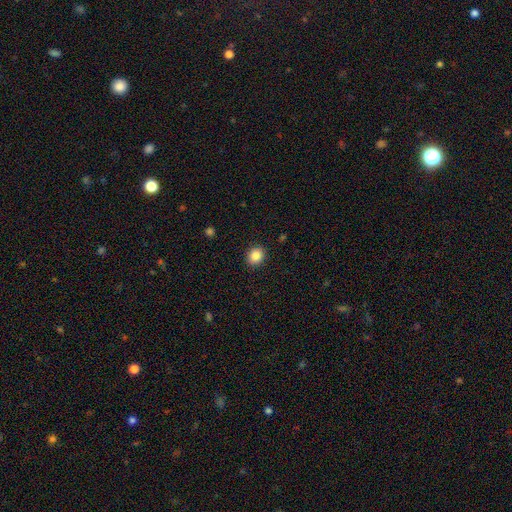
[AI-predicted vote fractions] Smooth or featured?
  - smooth: 86% *
  - star or artifact: 9%
  - featured or disk: 4%
How rounded?
  - round: 67% *
  - in between: 32%
  - cigar-shaped: 1%
Merging?
  - none: 91% *
  - minor disturbance: 6%
  - major disturbance: 2%
  - merger: 1%